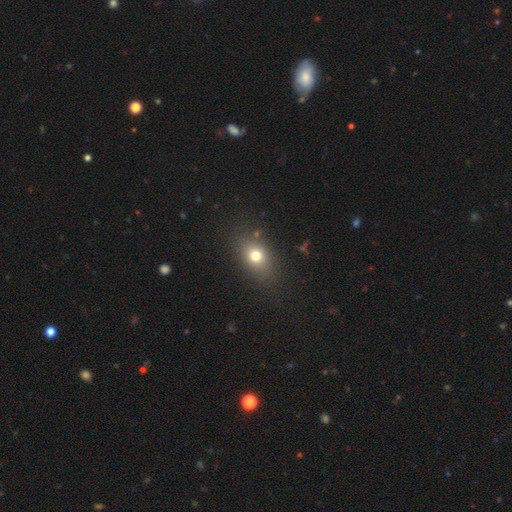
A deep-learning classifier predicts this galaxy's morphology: type=smooth (74%); roundness=in between (62%); merging=none (82%).